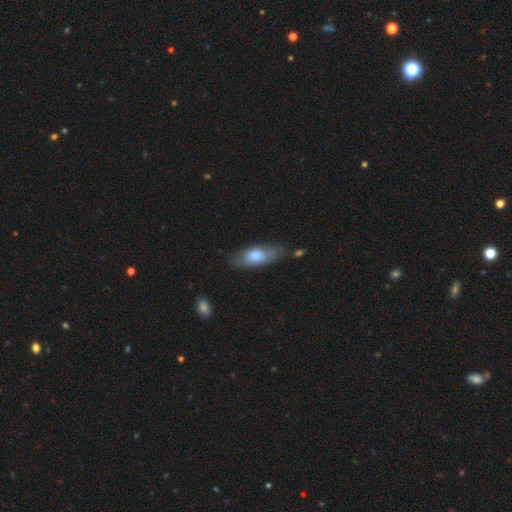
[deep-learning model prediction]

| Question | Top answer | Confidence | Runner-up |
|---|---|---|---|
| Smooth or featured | smooth | 72% | featured or disk (23%) |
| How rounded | in between | 75% | cigar-shaped (23%) |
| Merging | none | 65% | minor disturbance (25%) |